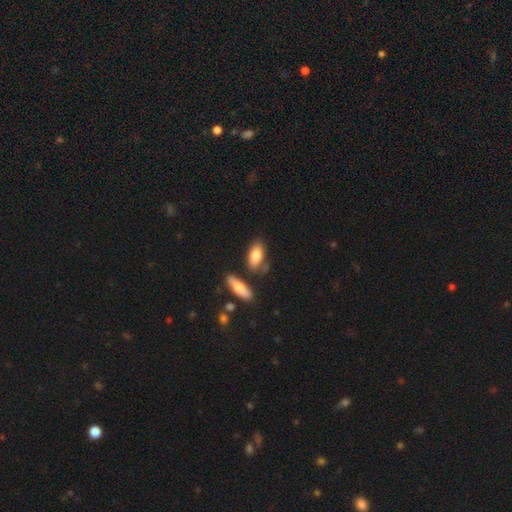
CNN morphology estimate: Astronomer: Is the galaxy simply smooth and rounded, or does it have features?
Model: smooth — 81%.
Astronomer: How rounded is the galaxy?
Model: in between — 85%.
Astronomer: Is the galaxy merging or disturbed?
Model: none — 68%.